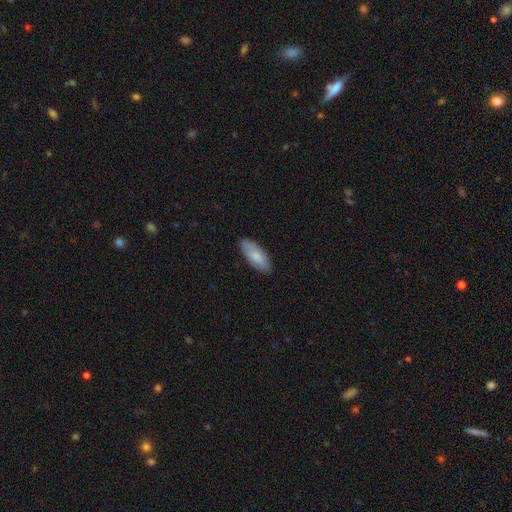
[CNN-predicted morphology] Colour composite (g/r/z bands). It shows a smooth galaxy with no disk features (82%) that is in between round and cigar-shaped (80%). Merging: none (86%).